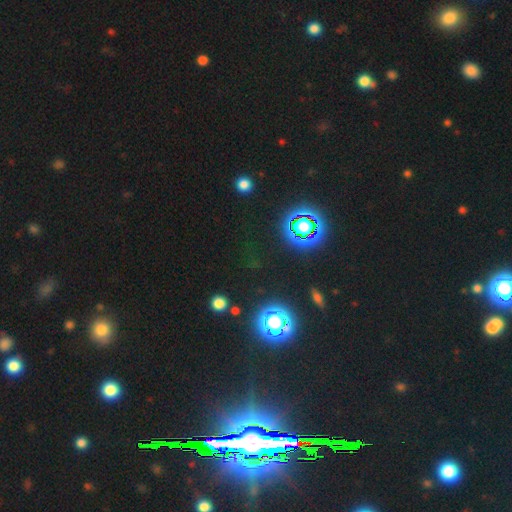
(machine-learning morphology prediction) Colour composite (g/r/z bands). It shows a star or artifact, not a galaxy (82%).